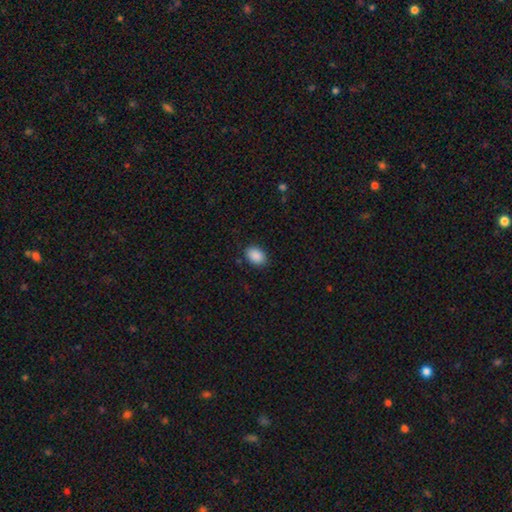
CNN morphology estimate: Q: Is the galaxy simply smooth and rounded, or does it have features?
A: smooth — 90%.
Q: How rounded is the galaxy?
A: in between — 80%.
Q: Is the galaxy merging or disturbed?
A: none — 87%.